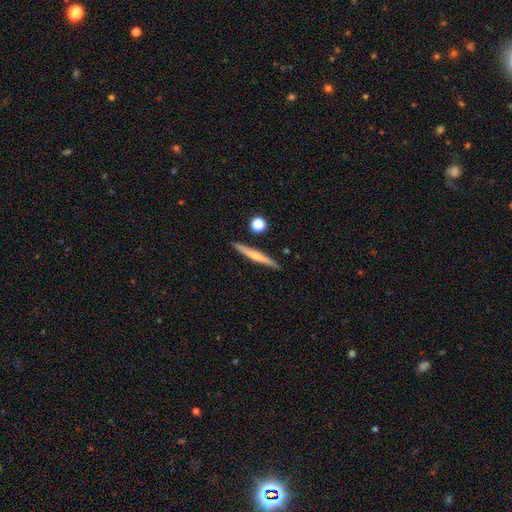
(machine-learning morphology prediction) The model was most divided on "smooth or featured": smooth: 48%, featured or disk: 45%, star or artifact: 7%. More confident: merging — none (89%).